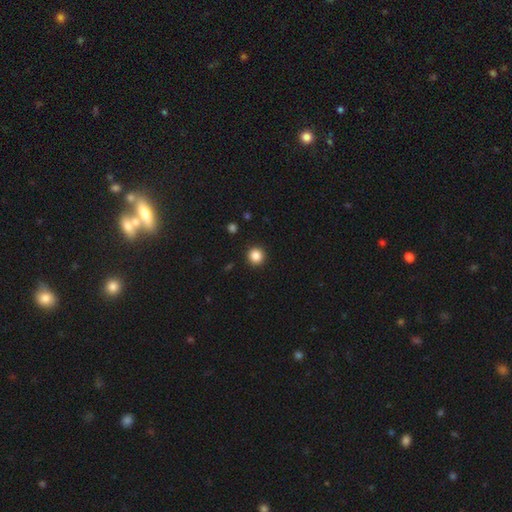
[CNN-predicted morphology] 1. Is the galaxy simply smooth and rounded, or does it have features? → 86% smooth, 11% star or artifact, 3% featured or disk.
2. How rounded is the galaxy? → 94% round, 5% in between, 1% cigar-shaped.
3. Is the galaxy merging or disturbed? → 93% none, 5% minor disturbance, 2% major disturbance, 1% merger.